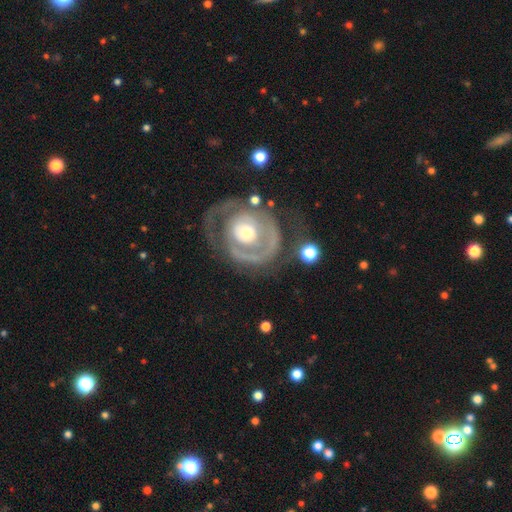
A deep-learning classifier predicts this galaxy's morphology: Smooth or featured? Predicted: featured or disk (p=0.78). Edge-on disk? Predicted: no (p=0.96). Bar? Predicted: no (p=0.79). Spiral arms? Predicted: yes (p=0.63). Bulge size? Predicted: moderate (p=0.56). Merging? Predicted: none (p=0.59).